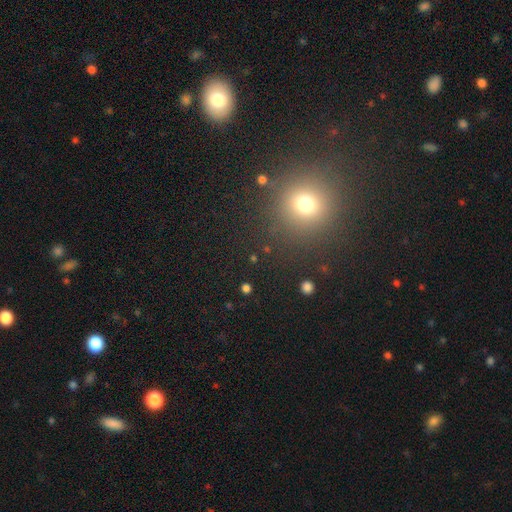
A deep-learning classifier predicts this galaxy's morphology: Smooth or featured?
  - smooth: 54% *
  - star or artifact: 39%
  - featured or disk: 7%
How rounded?
  - round: 91% *
  - in between: 8%
  - cigar-shaped: 1%
Merging?
  - none: 89% *
  - minor disturbance: 6%
  - merger: 3%
  - major disturbance: 3%